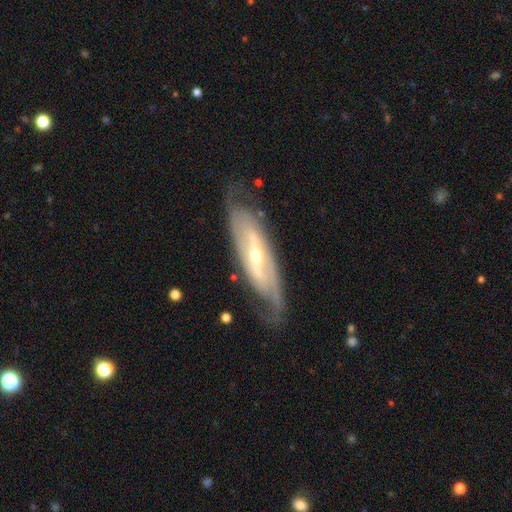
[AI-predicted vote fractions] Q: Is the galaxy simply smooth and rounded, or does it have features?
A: featured or disk — 84%.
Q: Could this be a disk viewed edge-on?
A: no — 81%.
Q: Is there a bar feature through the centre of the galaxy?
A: strong — 50%.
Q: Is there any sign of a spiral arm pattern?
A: yes — 88%.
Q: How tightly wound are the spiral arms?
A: tight — 42%.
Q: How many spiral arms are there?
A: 2 — 70%.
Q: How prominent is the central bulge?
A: small — 50%.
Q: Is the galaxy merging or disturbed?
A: none — 71%.